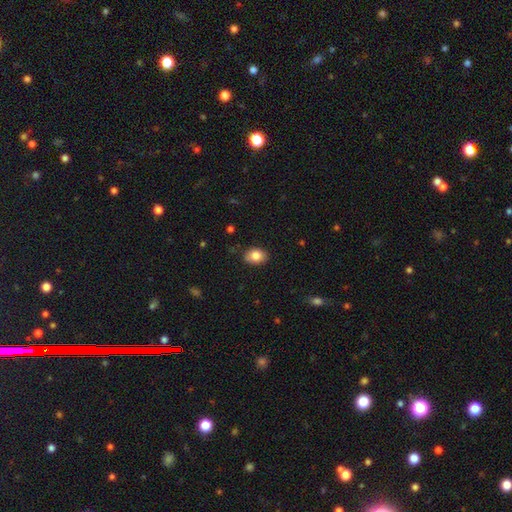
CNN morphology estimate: smooth_or_featured: smooth (p=0.83) [alt: featured or disk p=0.09]
how_rounded: in between (p=0.71) [alt: round p=0.28]
merging: none (p=0.84) [alt: minor disturbance p=0.13]